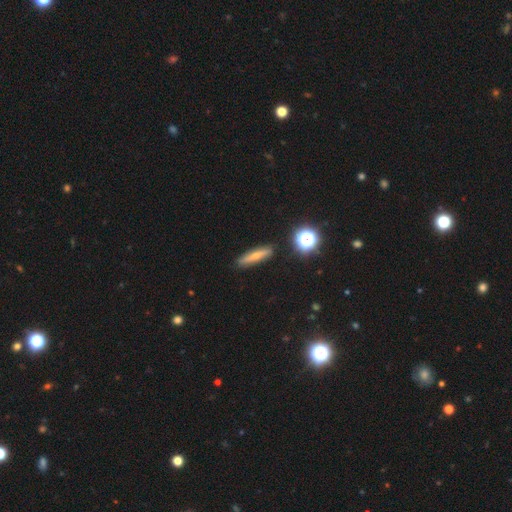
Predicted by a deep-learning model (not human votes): A smooth galaxy with no disk features (53%) that is cigar-shaped (78%).

Vote fractions:
- Smooth or featured? smooth: 53% / featured or disk: 35% / star or artifact: 12%
- How rounded? cigar-shaped: 78% / in between: 16% / round: 6%
- Merging? none: 87% / minor disturbance: 9% / merger: 2% / major disturbance: 2%